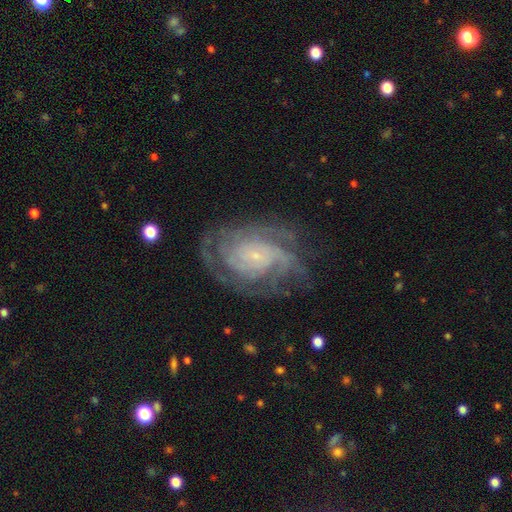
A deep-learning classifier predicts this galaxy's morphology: Overall: featured or disk (86%). Edge-on disk: no (97%). Bar: no (71%). Spiral arms: yes (96%). Spiral arm count: can't tell (32%; 4 20%). Spiral winding: tight (66%; medium 28%). Bulge size: small (83%). Merging: none (72%).